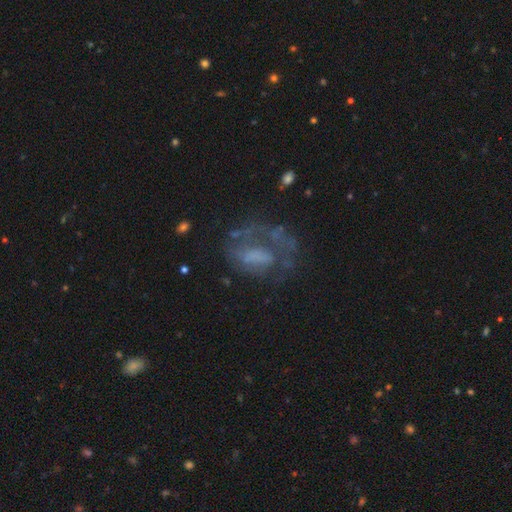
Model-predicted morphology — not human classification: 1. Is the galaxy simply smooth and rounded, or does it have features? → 61% featured or disk, 25% smooth, 14% star or artifact.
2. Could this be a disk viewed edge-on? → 96% no, 4% yes.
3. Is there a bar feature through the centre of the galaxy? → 60% no, 29% weak, 12% strong.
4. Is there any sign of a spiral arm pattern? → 53% no, 47% yes.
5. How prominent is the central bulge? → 48% none, 22% moderate, 17% small, 12% large, 2% dominant.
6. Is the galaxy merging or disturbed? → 39% major disturbance, 38% none, 19% minor disturbance, 4% merger.